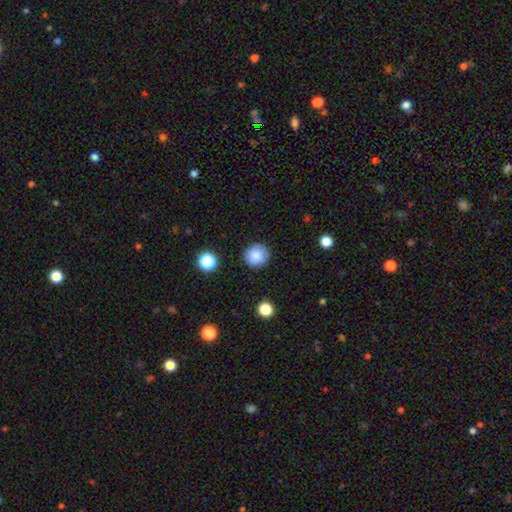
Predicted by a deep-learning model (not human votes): A smooth galaxy with no disk features (85%) that is round (91%). Merging: none (87%).